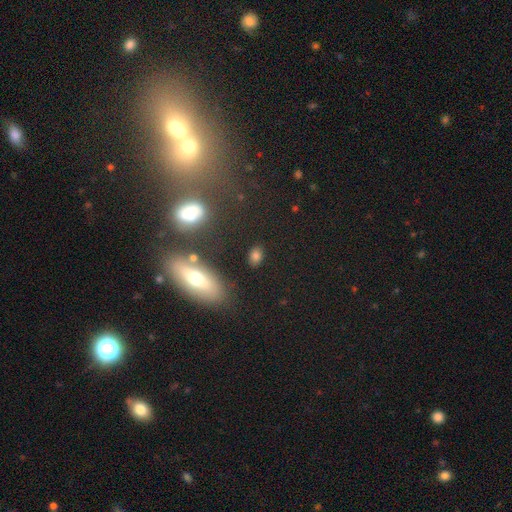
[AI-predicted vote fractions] Smooth or featured? Predicted: smooth (p=0.77). How rounded? Predicted: in between (p=0.78). Merging? Predicted: none (p=0.83).